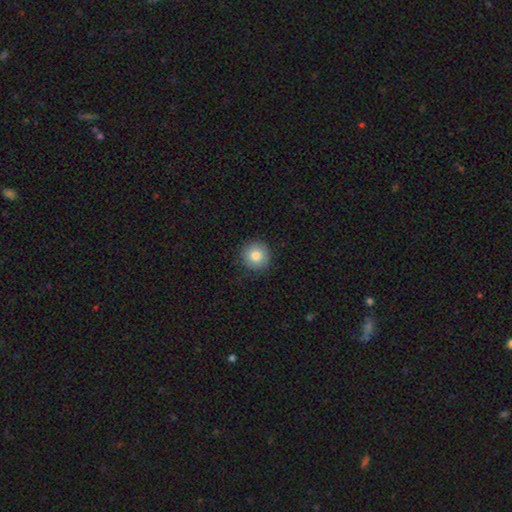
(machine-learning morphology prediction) Smooth or featured?
  - smooth: 81% *
  - featured or disk: 10%
  - star or artifact: 9%
How rounded?
  - round: 95% *
  - in between: 4%
  - cigar-shaped: 1%
Merging?
  - none: 88% *
  - minor disturbance: 8%
  - major disturbance: 2%
  - merger: 1%